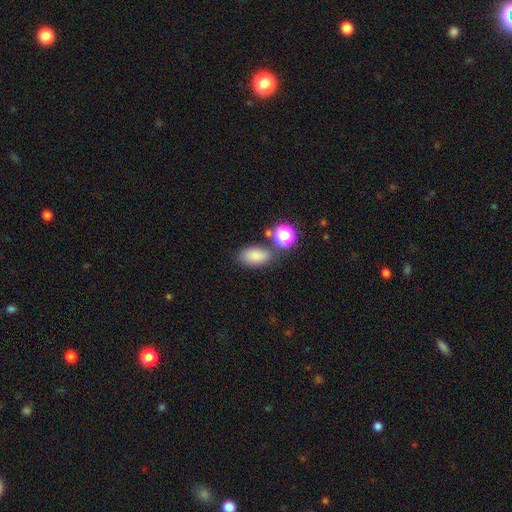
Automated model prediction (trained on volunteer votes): A smooth galaxy with no disk features (81%) that is in between round and cigar-shaped (88%). Merging: none (71%).